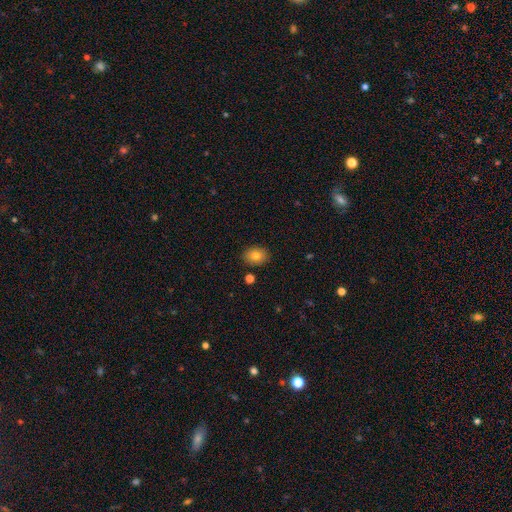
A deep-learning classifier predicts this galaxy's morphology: Smooth or featured? smooth (80%)
How rounded? in between (63%)
Merging? none (87%)